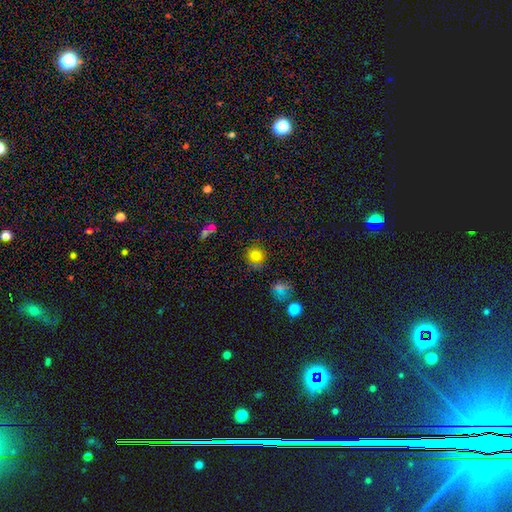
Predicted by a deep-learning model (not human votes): This is likely a smooth galaxy (79%). How rounded: clearly round (83%). Merging: likely none (77%).